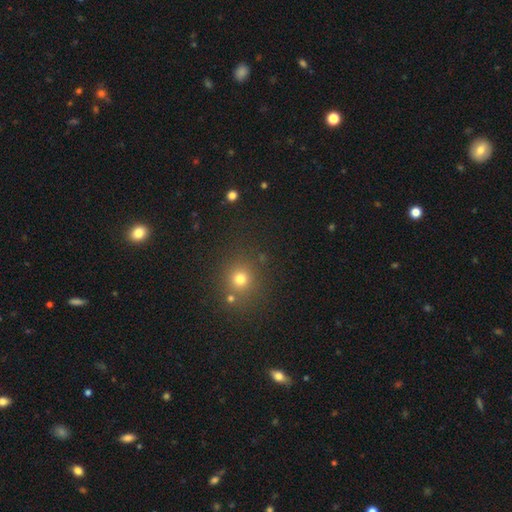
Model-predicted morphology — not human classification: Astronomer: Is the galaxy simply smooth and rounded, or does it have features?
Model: smooth — 56% (runner-up: star or artifact, 37%).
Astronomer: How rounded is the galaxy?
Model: round — 86%.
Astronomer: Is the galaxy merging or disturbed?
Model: none — 83%.